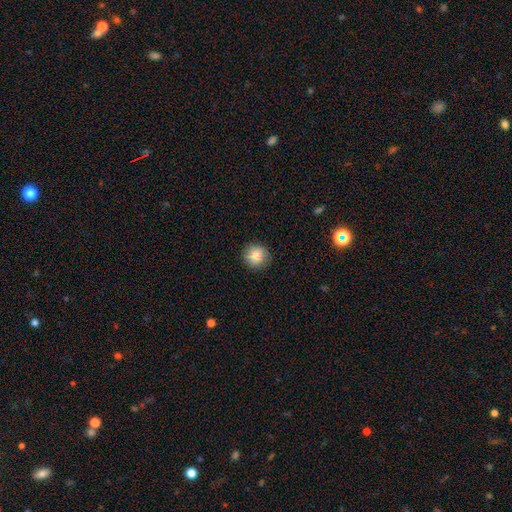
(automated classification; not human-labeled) Smooth or featured? Predicted: smooth (p=0.84). How rounded? Predicted: round (p=0.93). Merging? Predicted: none (p=0.89).